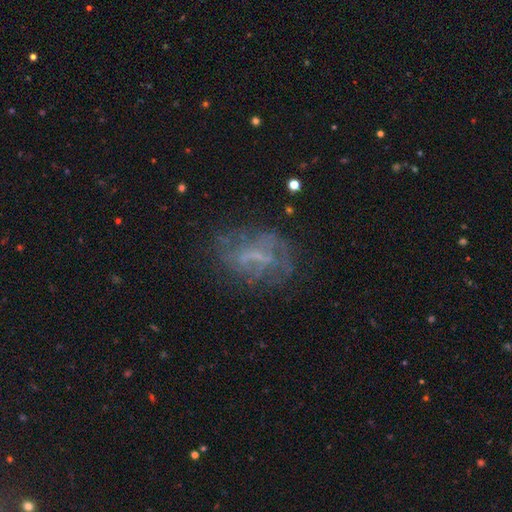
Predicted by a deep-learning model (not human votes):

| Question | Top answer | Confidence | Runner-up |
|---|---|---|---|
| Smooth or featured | featured or disk | 59% | smooth (23%) |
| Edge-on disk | no | 96% | yes (4%) |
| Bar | no | 54% | weak (33%) |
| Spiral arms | no | 59% | yes (41%) |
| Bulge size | none | 60% | small (26%) |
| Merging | none | 58% | major disturbance (20%) |